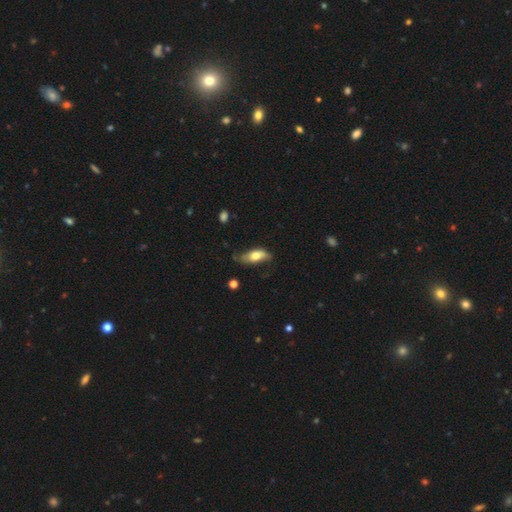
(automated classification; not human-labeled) A smooth galaxy with no disk features (59%) that is in between round and cigar-shaped (78%).

Vote fractions:
- Smooth or featured? smooth: 59% / featured or disk: 35% / star or artifact: 6%
- How rounded? in between: 78% / cigar-shaped: 18% / round: 3%
- Merging? none: 54% / minor disturbance: 34% / major disturbance: 10% / merger: 2%